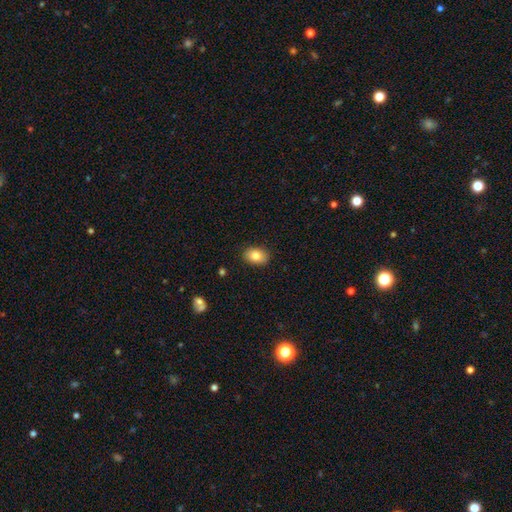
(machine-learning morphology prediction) type=smooth (83%); roundness=in between (80%); merging=none (88%).